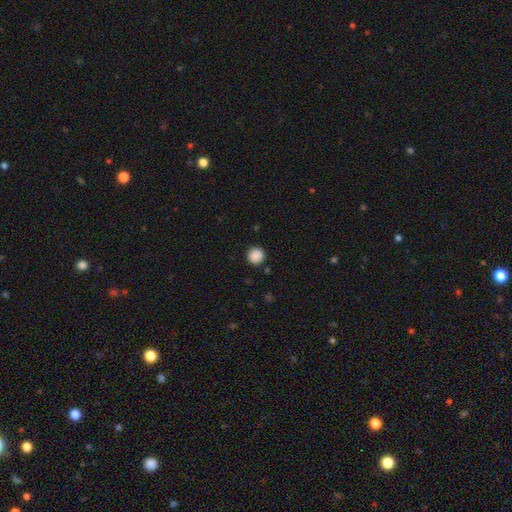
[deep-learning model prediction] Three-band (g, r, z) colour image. It shows a smooth galaxy with no disk features (89%) that is round (94%). Merging: none (90%).